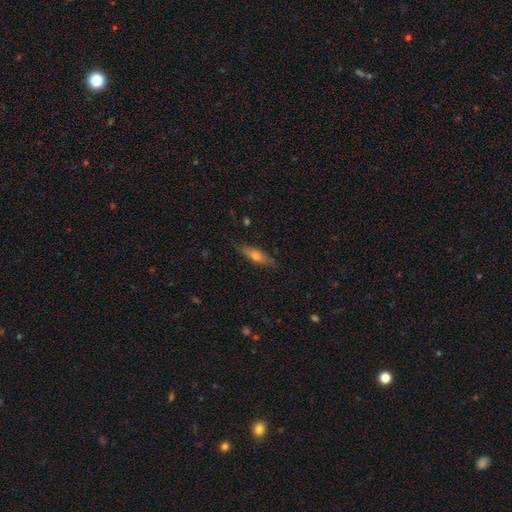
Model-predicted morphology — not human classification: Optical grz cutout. It shows a smooth galaxy with no disk features (52%) that is cigar-shaped (65%). Merging: none (83%).